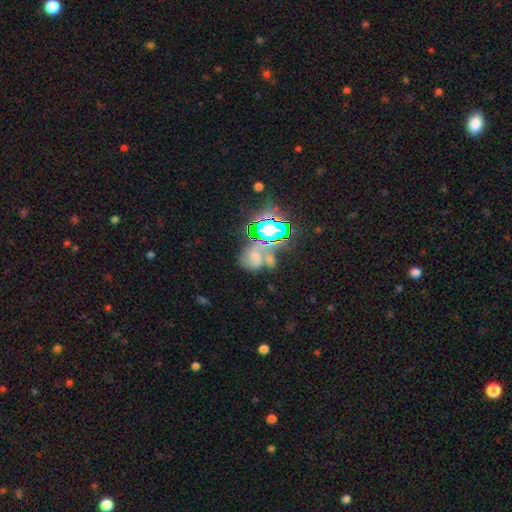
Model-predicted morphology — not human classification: type=smooth (36%, tied with star or artifact); merging=merger (37%).